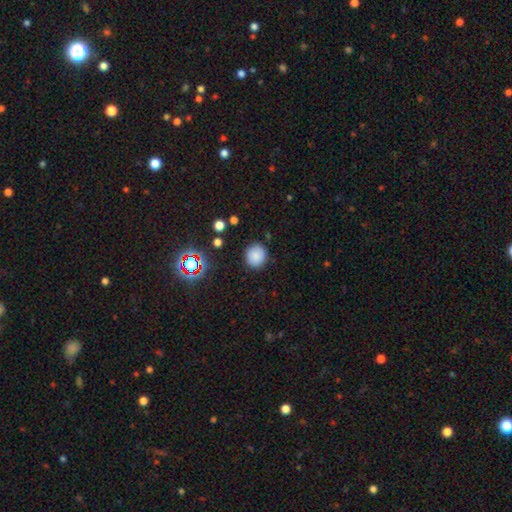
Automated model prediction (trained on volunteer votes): Morphology: type=smooth (82%); roundness=round (81%); merging=none (86%).